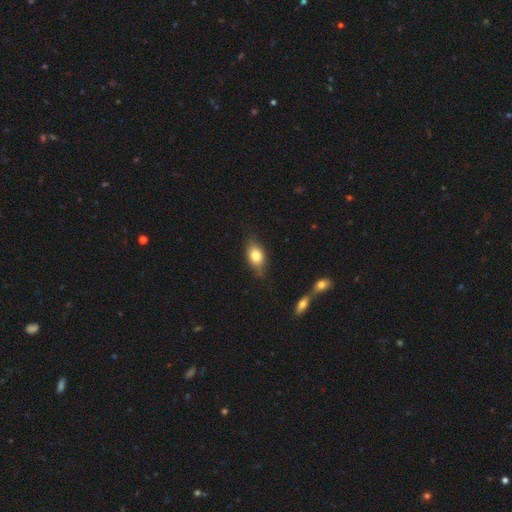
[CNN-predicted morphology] Smooth or featured: smooth — 76% (featured or disk — 17%)
How rounded: in between — 83% (round — 12%)
Merging: none — 75% (minor disturbance — 18%)